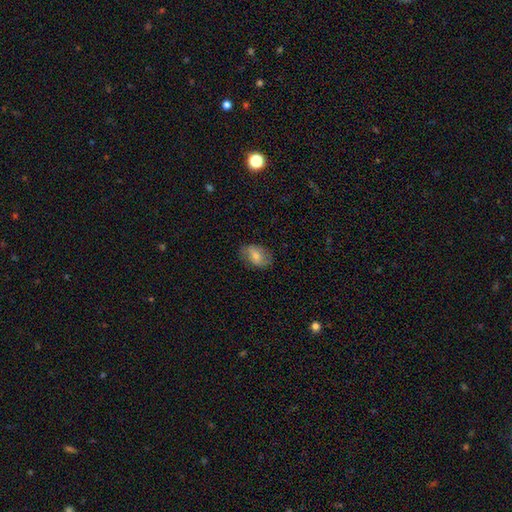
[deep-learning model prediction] Smooth or featured? Predicted: smooth (p=0.58). How rounded? Predicted: in between (p=0.83). Merging? Predicted: none (p=0.78).